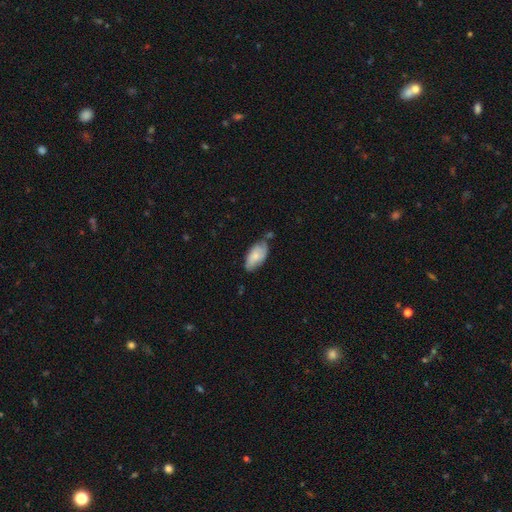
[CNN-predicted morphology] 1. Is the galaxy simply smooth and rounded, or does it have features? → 71% smooth, 23% featured or disk, 6% star or artifact.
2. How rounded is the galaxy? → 92% in between, 6% cigar-shaped, 2% round.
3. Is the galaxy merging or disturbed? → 55% none, 31% minor disturbance, 7% merger, 6% major disturbance.